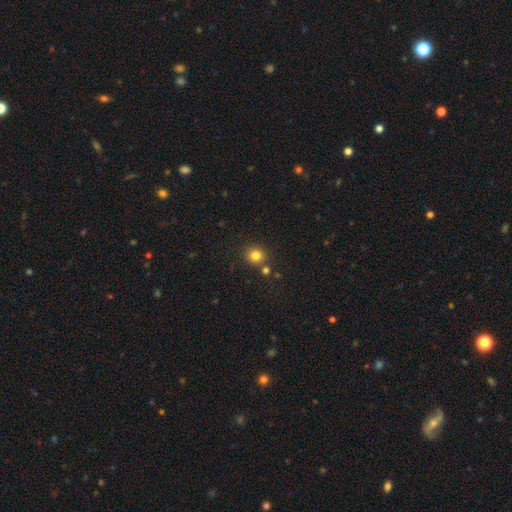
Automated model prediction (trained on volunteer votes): smooth_or_featured: smooth (p=0.81) [alt: star or artifact p=0.13]
how_rounded: round (p=0.88) [alt: in between p=0.12]
merging: none (p=0.79) [alt: merger p=0.10]